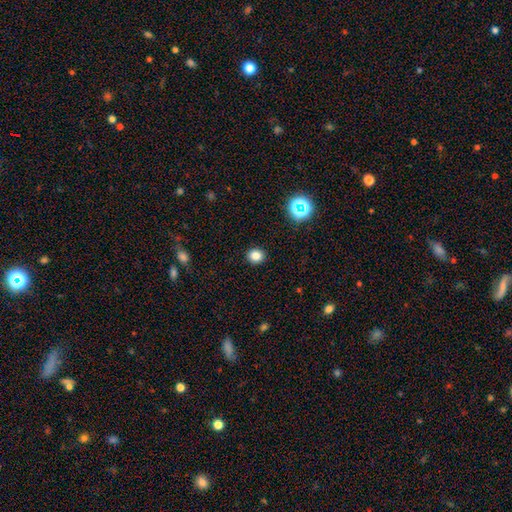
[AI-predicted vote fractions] This is clearly a smooth galaxy (81%). How rounded: clearly round (84%). Merging: clearly none (91%).